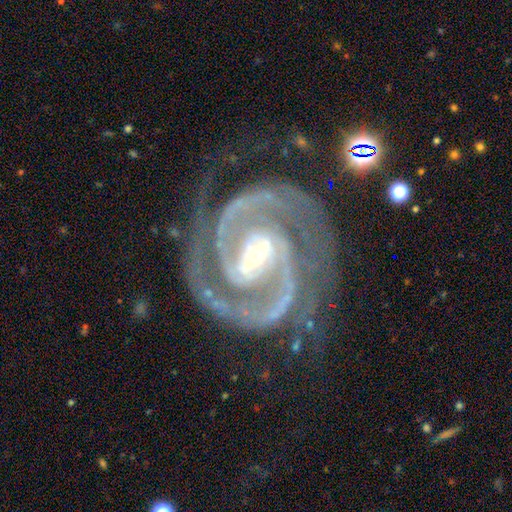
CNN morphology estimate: Overall: featured or disk (94%). Edge-on disk: no (98%). Bar: strong (44%; weak 39%). Spiral arms: yes (99%). Spiral arm count: 2 (84%). Spiral winding: tight (47%, tied with medium). Bulge size: small (51%; moderate 44%). Merging: none (75%).